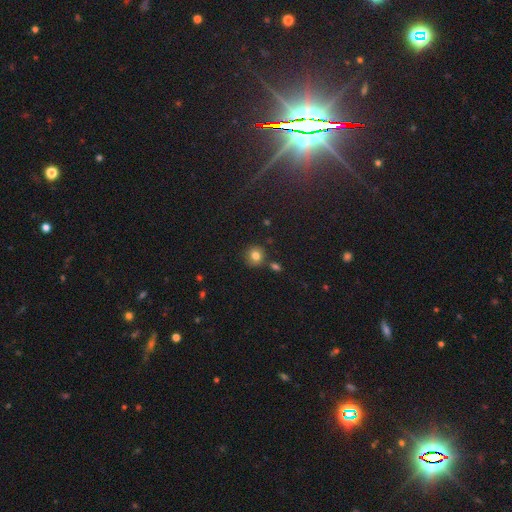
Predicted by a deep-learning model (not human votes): Q: Smooth or featured?
A: smooth (80%); runner-up: star or artifact (12%)
Q: How rounded?
A: round (89%); runner-up: in between (10%)
Q: Merging?
A: none (79%); runner-up: minor disturbance (9%)